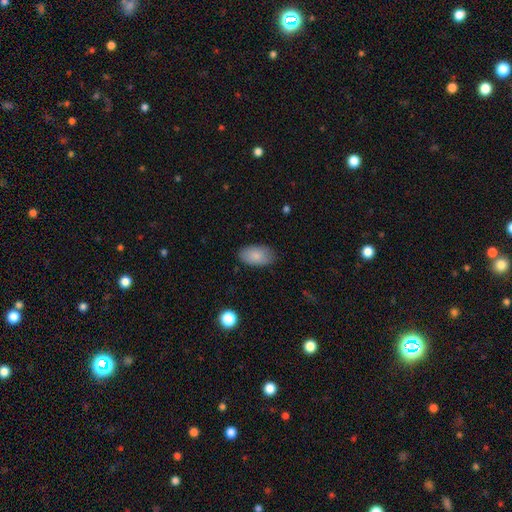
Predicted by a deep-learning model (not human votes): Overall: smooth (85%). How rounded: in between (94%). Merging: none (82%).